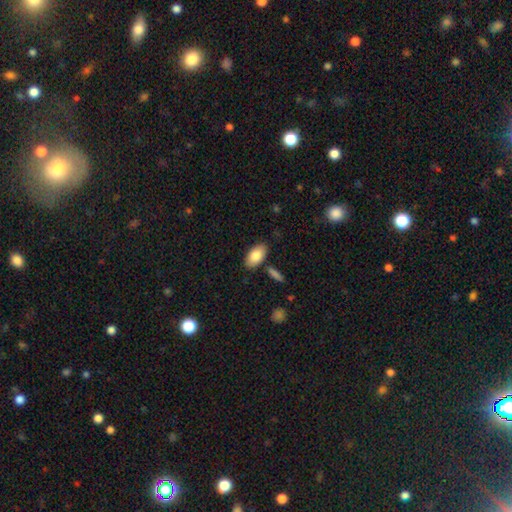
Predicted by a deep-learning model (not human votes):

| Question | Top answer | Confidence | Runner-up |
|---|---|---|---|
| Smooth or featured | smooth | 83% | featured or disk (11%) |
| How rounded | in between | 94% | round (4%) |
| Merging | none | 82% | minor disturbance (11%) |